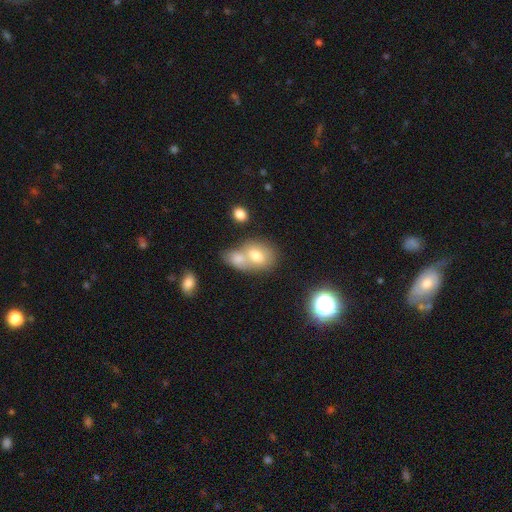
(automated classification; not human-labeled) This is likely a smooth galaxy (70%). How rounded: likely in between (66%). Merging: possibly merger (58%).